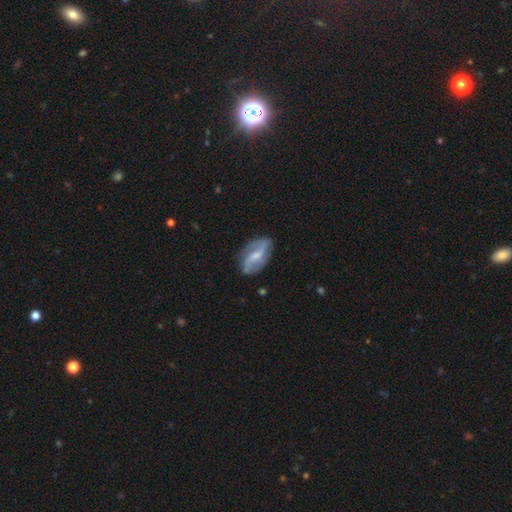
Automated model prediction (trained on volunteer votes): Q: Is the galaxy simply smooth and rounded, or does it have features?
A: featured or disk — 75%.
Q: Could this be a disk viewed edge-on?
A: no — 95%.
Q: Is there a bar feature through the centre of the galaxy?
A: weak — 49%.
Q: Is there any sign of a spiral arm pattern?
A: yes — 91%.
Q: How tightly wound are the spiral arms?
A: loose — 54%.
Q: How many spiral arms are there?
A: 2 — 83%.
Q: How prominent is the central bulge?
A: small — 43%.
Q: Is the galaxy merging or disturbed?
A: none — 74%.